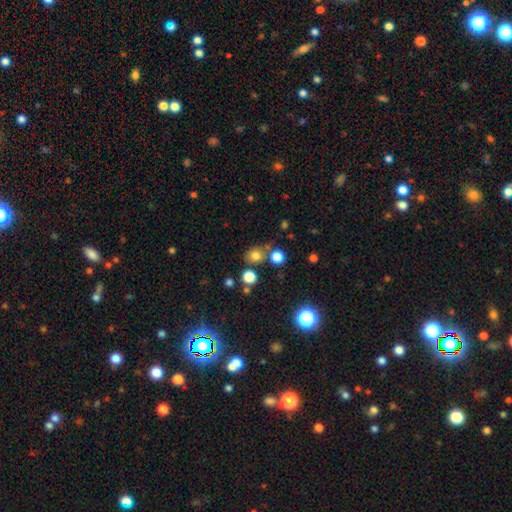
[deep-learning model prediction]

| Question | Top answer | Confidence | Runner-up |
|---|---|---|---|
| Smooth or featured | smooth | 76% | star or artifact (17%) |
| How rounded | round | 69% | in between (30%) |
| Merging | none | 71% | merger (13%) |